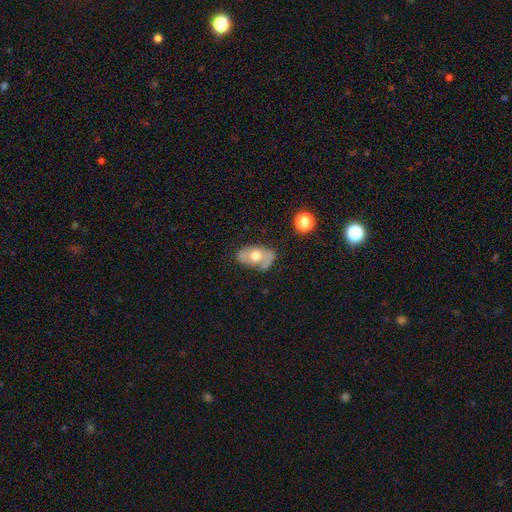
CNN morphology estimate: Smooth or featured? Predicted: smooth (p=0.49). Merging? Predicted: none (p=0.58).